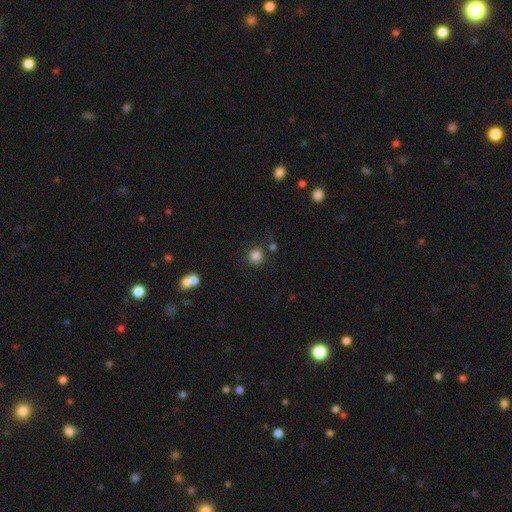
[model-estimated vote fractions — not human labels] This is clearly a smooth galaxy (83%). How rounded: clearly round (92%). Merging: likely none (78%).